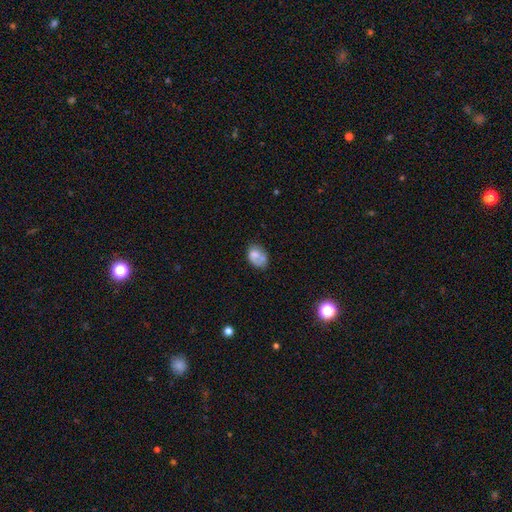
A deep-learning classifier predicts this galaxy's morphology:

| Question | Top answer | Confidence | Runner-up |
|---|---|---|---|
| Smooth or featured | smooth | 66% | featured or disk (25%) |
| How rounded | in between | 75% | round (24%) |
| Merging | none | 40% | minor disturbance (25%) |